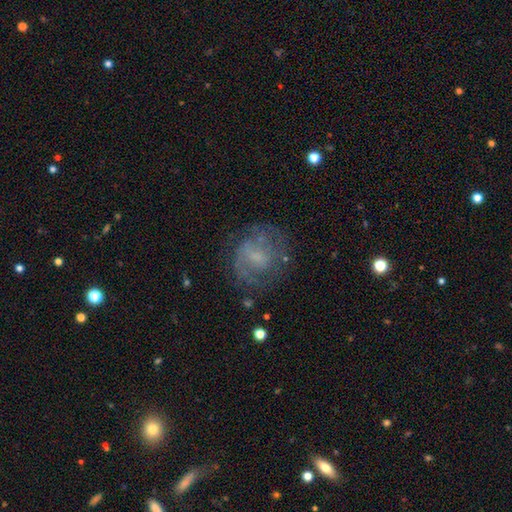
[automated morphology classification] type=featured or disk (59%); edge-on=no (97%); bar=no (51%); spiral arms=yes (66%); bulge=small (40%); merging=none (63%).